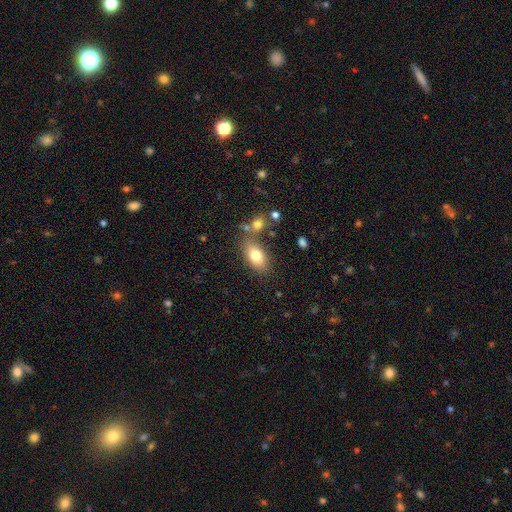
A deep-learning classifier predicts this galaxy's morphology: Overall: smooth (78%). How rounded: in between (89%). Merging: none (69%).